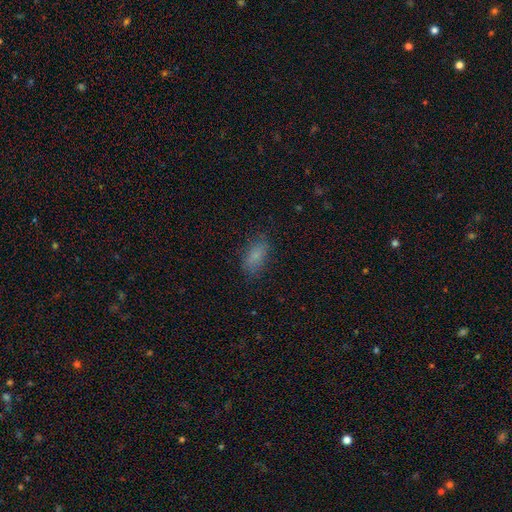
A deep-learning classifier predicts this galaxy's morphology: A smooth galaxy with no disk features (82%) that is in between round and cigar-shaped (87%).

Vote fractions:
- Smooth or featured? smooth: 82% / star or artifact: 10% / featured or disk: 8%
- How rounded? in between: 87% / cigar-shaped: 9% / round: 4%
- Merging? none: 78% / minor disturbance: 16% / major disturbance: 5% / merger: 1%